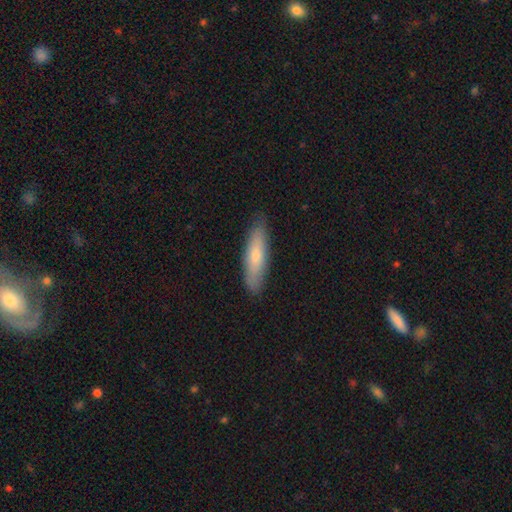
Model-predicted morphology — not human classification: smooth 70%, featured or disk 24%, star or artifact 6%. Down the decision tree: how rounded — cigar-shaped (71%); merging — none (86%).